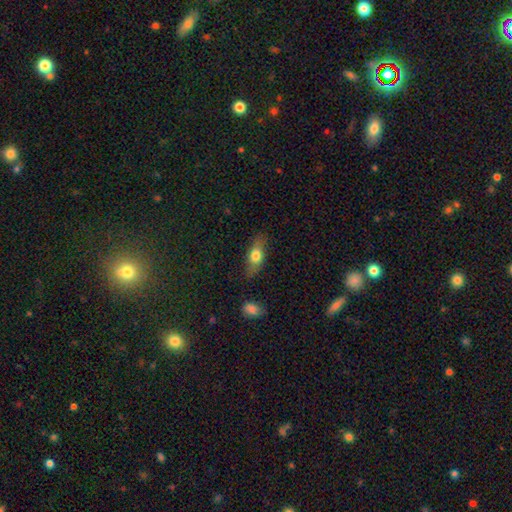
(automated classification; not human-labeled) smooth-or-featured: smooth: 67% | featured or disk: 26% | star or artifact: 7%
  how-rounded: in between: 68% | cigar-shaped: 26% | round: 6%
  merging: none: 79% | minor disturbance: 15% | major disturbance: 4% | merger: 2%